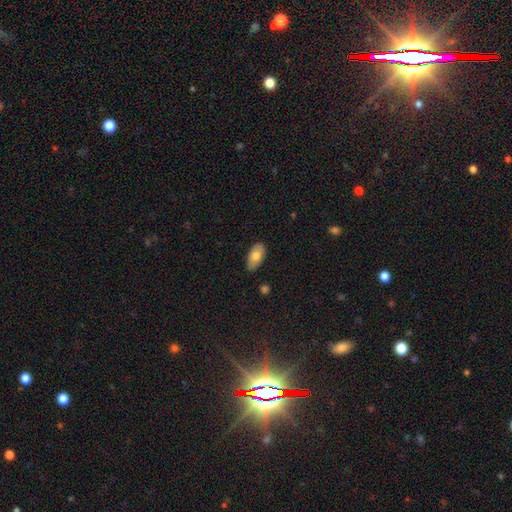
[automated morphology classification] This is likely a smooth galaxy (76%). How rounded: clearly in between (93%). Merging: clearly none (82%).